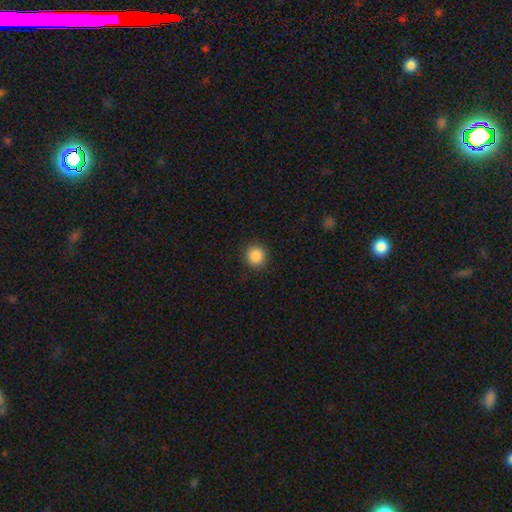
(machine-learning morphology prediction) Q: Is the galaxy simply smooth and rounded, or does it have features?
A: smooth — 88%.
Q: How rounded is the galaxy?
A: round — 94%.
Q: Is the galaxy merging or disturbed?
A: none — 91%.